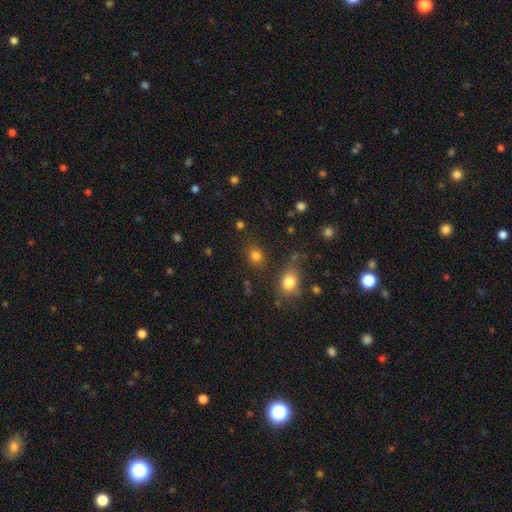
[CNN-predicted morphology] Smooth or featured? Predicted: smooth (p=0.80). How rounded? Predicted: round (p=0.70). Merging? Predicted: none (p=0.80).